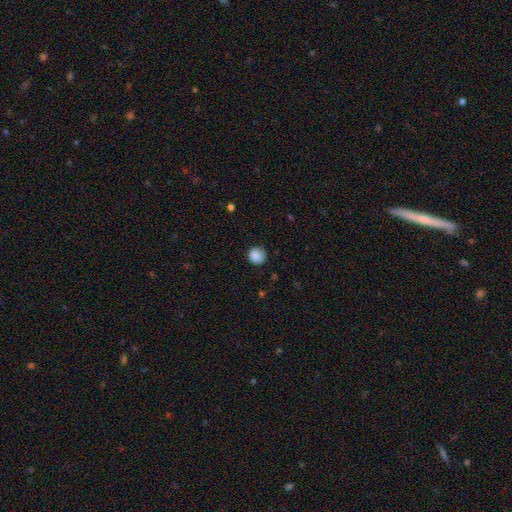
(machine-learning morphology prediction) This appears to be a smooth galaxy with no disk features (86%) that is round (90%). Merging: none (81%).